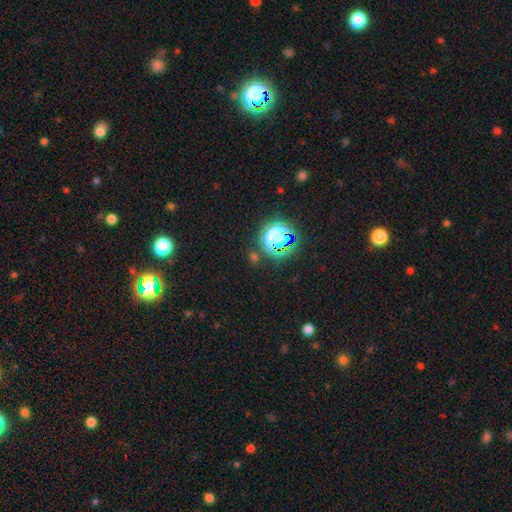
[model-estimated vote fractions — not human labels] star or artifact 66%, smooth 25%, featured or disk 9%.